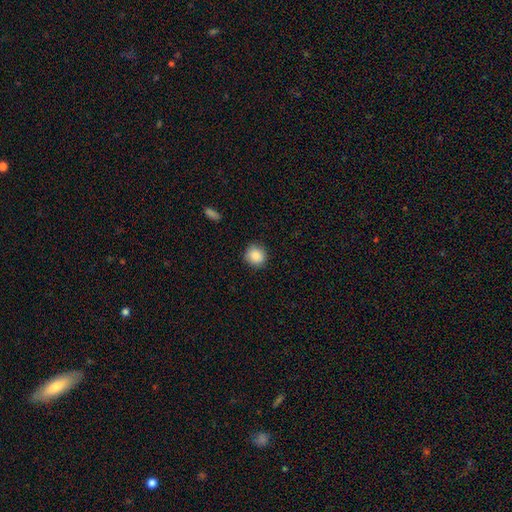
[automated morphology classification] This is clearly a smooth galaxy (88%). How rounded: clearly round (90%). Merging: clearly none (87%).